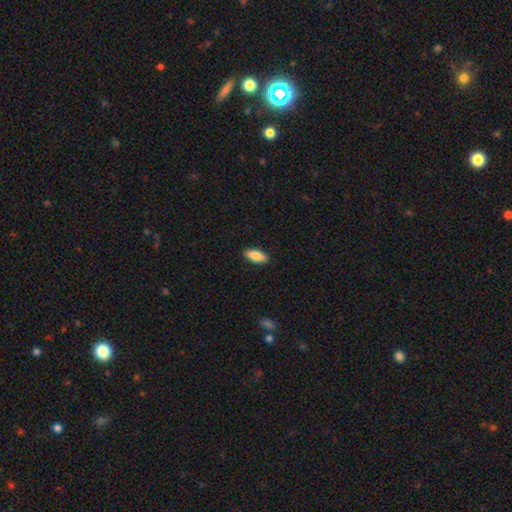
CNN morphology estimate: Overall: smooth (86%). How rounded: in between (84%). Merging: none (91%).